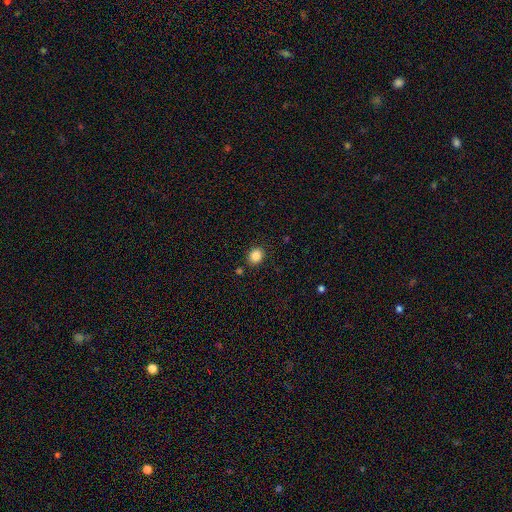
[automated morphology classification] smooth_or_featured: smooth (p=0.85) [alt: star or artifact p=0.11]
how_rounded: round (p=0.76) [alt: in between p=0.23]
merging: none (p=0.87) [alt: minor disturbance p=0.08]